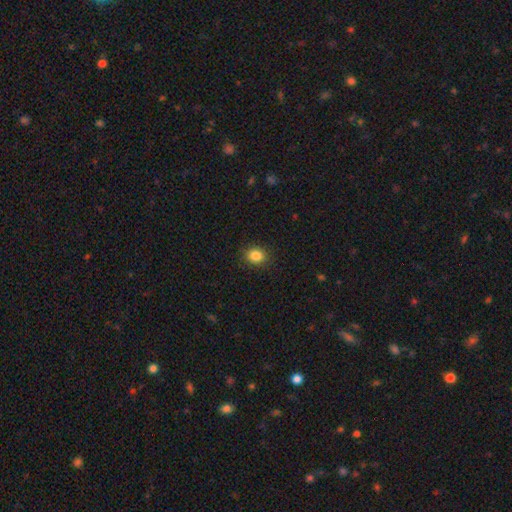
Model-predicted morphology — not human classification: smooth 85%, star or artifact 11%, featured or disk 4%. Down the decision tree: how rounded — round (61%); merging — none (89%).